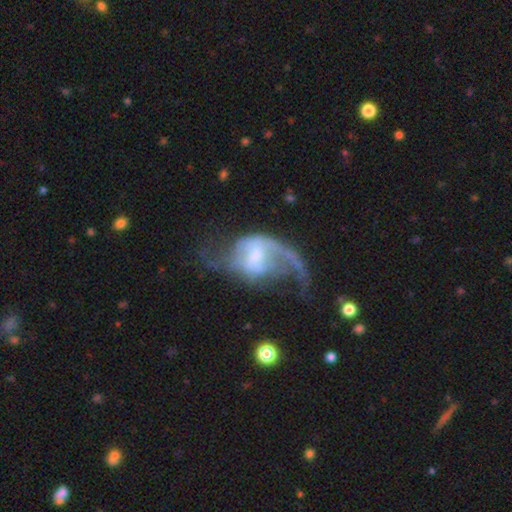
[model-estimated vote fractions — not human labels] Q: Smooth or featured?
A: featured or disk (78%); runner-up: smooth (15%)
Q: Edge-on disk?
A: no (97%); runner-up: yes (3%)
Q: Bar?
A: weak (44%); runner-up: no (43%)
Q: Spiral arms?
A: yes (84%); runner-up: no (16%)
Q: Spiral winding?
A: loose (69%); runner-up: medium (24%)
Q: Spiral arm count?
A: 2 (65%); runner-up: 1 (22%)
Q: Bulge size?
A: moderate (42%); runner-up: small (35%)
Q: Merging?
A: major disturbance (46%); runner-up: none (31%)